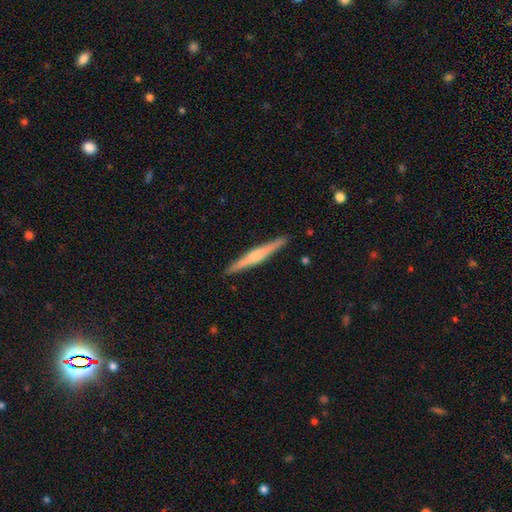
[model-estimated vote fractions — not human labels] A featured or disk galaxy (66%) viewed edge-on (98%) with a rounded central bulge (67%). Merging: none (92%).